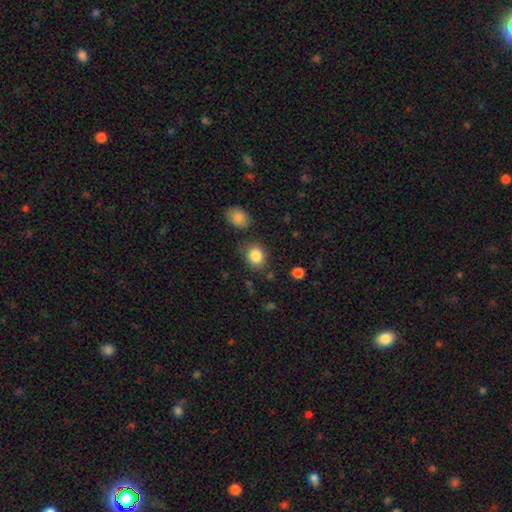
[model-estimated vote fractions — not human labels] smooth-or-featured: smooth: 85% | star or artifact: 9% | featured or disk: 6%
  how-rounded: round: 56% | in between: 43% | cigar-shaped: 1%
  merging: none: 76% | minor disturbance: 14% | merger: 6% | major disturbance: 4%